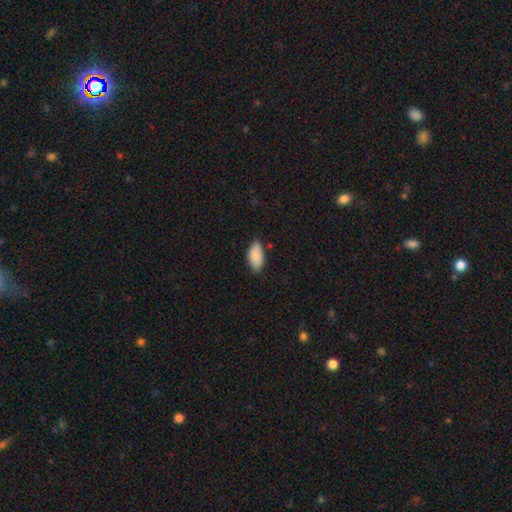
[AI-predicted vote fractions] A smooth galaxy with no disk features (88%) that is in between round and cigar-shaped (93%). Merging: none (78%).